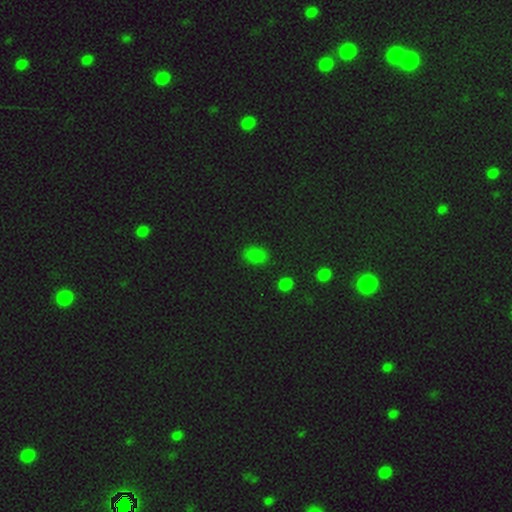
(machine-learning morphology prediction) This appears to be a smooth galaxy with no disk features (75%) that is in between round and cigar-shaped (76%). Merging: none (81%).